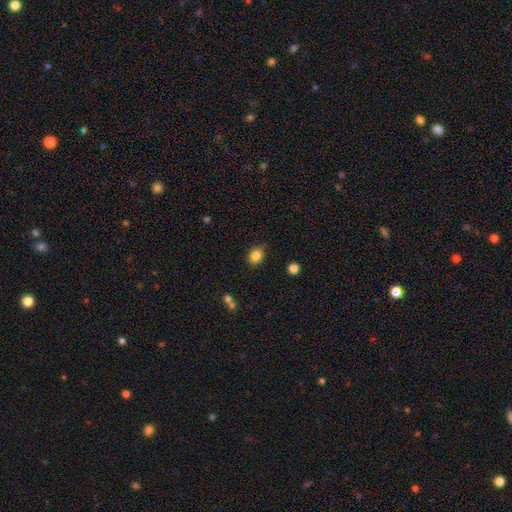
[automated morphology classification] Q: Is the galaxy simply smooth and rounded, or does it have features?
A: smooth — 85%.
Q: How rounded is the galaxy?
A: round — 57%.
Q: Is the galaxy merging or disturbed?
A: none — 80%.